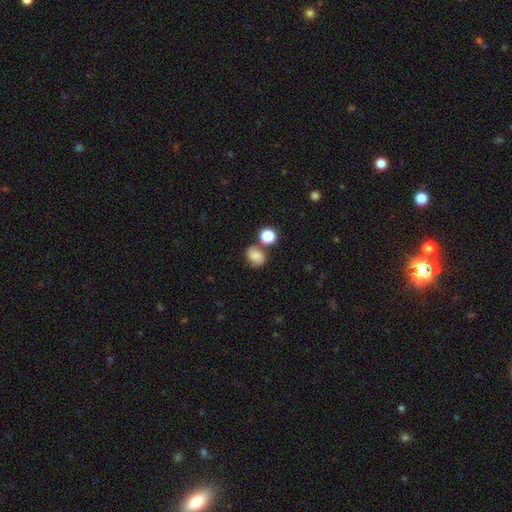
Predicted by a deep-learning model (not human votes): Smooth or featured?
  - smooth: 59% *
  - featured or disk: 28%
  - star or artifact: 13%
How rounded?
  - round: 58% *
  - in between: 41%
  - cigar-shaped: 1%
Merging?
  - none: 62% *
  - minor disturbance: 17%
  - merger: 15%
  - major disturbance: 6%